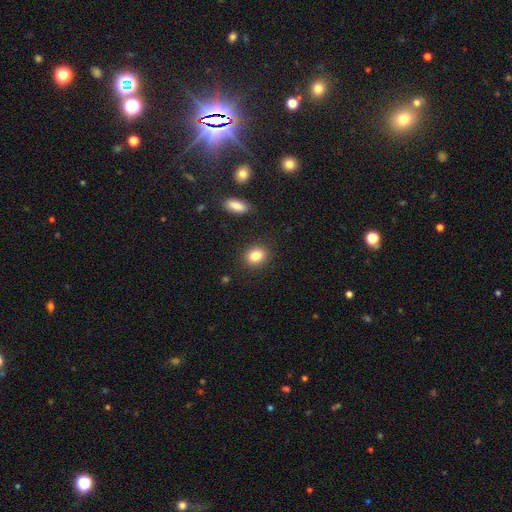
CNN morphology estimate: This appears to be a smooth galaxy with no disk features (84%) that is round (53%). Merging: none (88%).